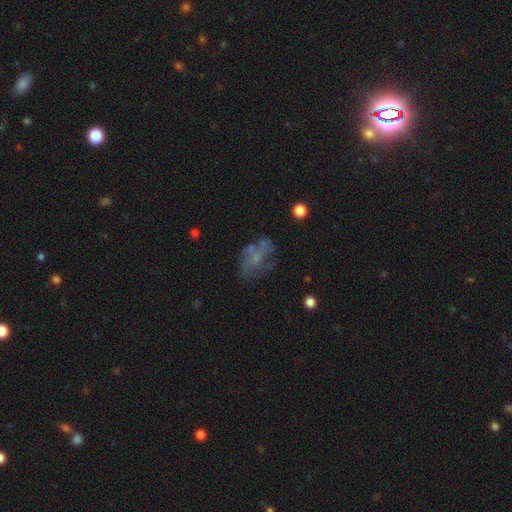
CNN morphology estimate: Smooth or featured: featured or disk — 50% (smooth — 33%)
Edge-on disk: no — 97% (yes — 3%)
Merging: none — 44% (major disturbance — 26%)